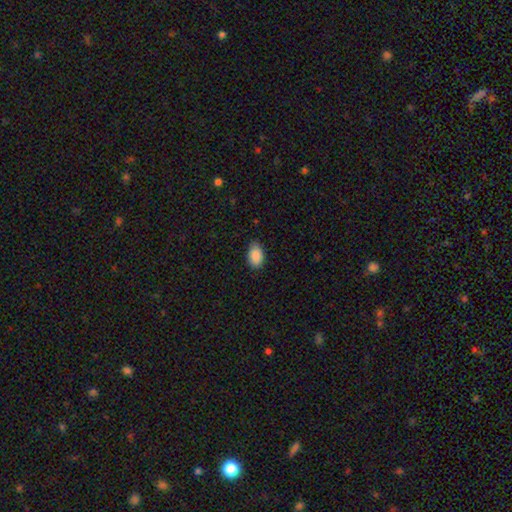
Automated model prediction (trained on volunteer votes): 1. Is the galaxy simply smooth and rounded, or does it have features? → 89% smooth, 7% star or artifact, 4% featured or disk.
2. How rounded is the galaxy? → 90% in between, 9% round, 1% cigar-shaped.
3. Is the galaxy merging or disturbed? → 77% none, 20% minor disturbance, 3% major disturbance, 1% merger.